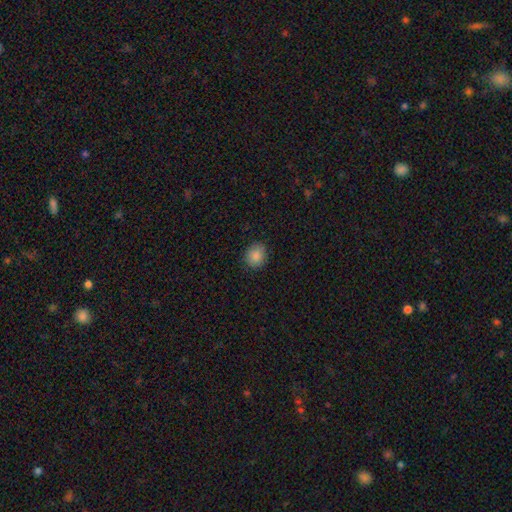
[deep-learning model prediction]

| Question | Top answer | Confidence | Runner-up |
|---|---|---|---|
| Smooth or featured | smooth | 87% | star or artifact (9%) |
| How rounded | round | 65% | in between (34%) |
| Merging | none | 87% | minor disturbance (10%) |